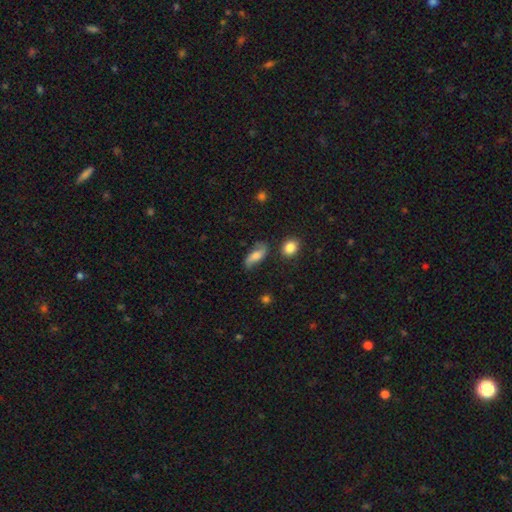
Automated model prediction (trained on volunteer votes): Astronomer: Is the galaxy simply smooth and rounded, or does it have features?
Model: smooth — 46% (runner-up: featured or disk, 45%).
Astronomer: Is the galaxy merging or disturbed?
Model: none — 67%.